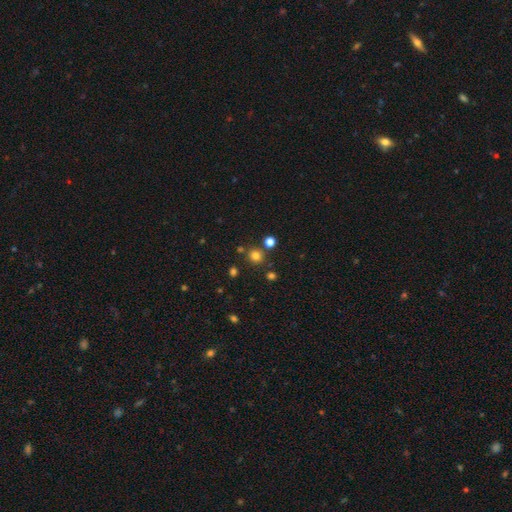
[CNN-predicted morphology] The model was most divided on "smooth or featured": smooth: 76%, star or artifact: 18%, featured or disk: 6%. More confident: how rounded — round (91%); merging — none (82%).